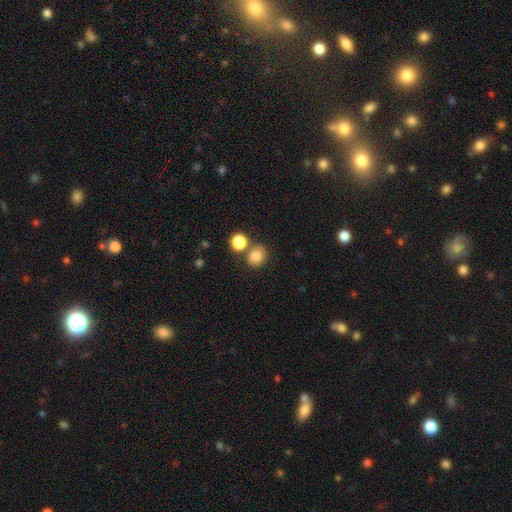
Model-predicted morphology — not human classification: A smooth galaxy with no disk features (82%) that is round (74%). Merging: none (69%).